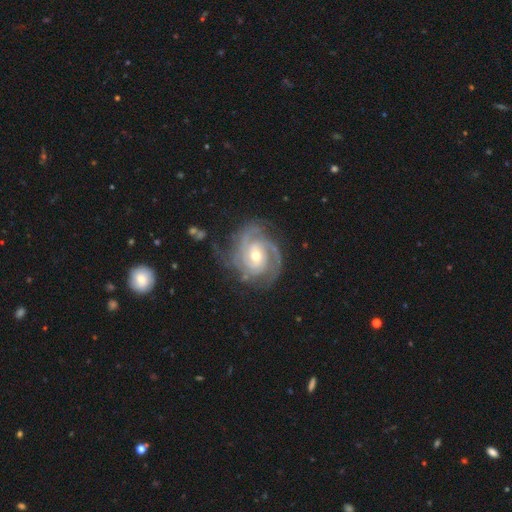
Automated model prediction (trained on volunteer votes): featured or disk 92%, star or artifact 4%, smooth 4%. Down the decision tree: edge-on disk — no (98%); bar — no (57%); spiral arms — yes (98%); spiral arm count — 3 (43%); spiral winding — tight (65%); bulge size — moderate (60%); merging — none (71%).